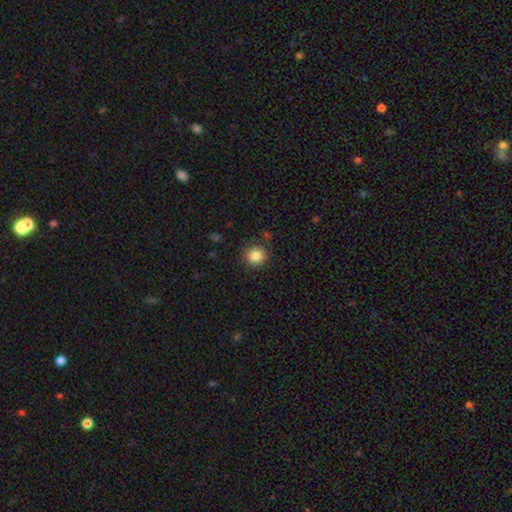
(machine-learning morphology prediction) A smooth galaxy with no disk features (84%) that is round (88%).

Vote fractions:
- Smooth or featured? smooth: 84% / star or artifact: 10% / featured or disk: 5%
- How rounded? round: 88% / in between: 11% / cigar-shaped: 1%
- Merging? none: 87% / minor disturbance: 9% / major disturbance: 3% / merger: 2%